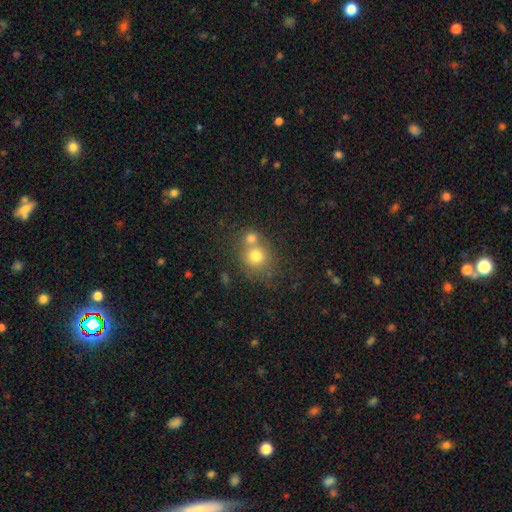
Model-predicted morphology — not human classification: A smooth galaxy with no disk features (75%) that is round (83%). Merging: merger (45%).